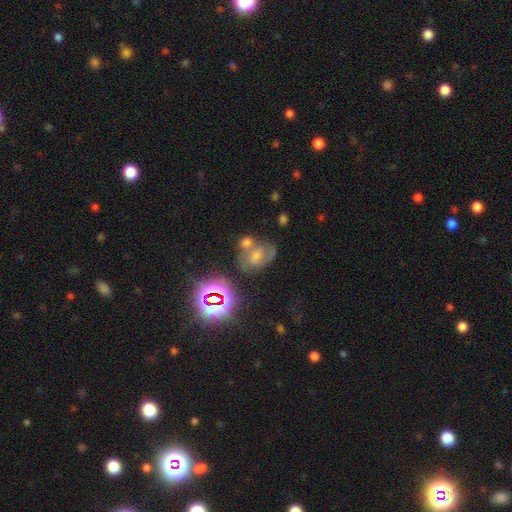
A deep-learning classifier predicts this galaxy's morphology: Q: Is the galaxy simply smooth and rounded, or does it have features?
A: featured or disk — 44%.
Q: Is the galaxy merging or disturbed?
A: none — 46%.